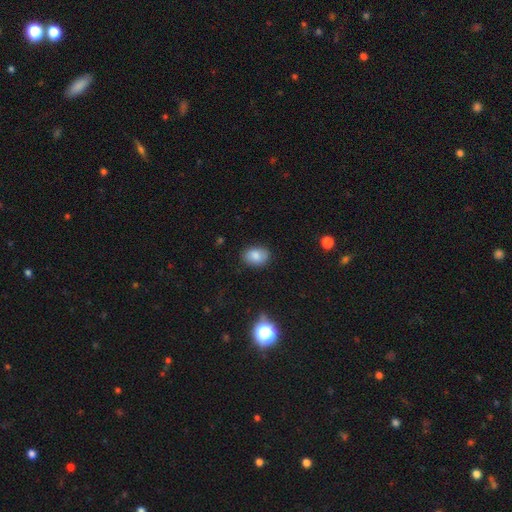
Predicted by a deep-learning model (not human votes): Smooth or featured: smooth — 82% (star or artifact — 10%)
How rounded: in between — 74% (round — 25%)
Merging: none — 82% (minor disturbance — 13%)